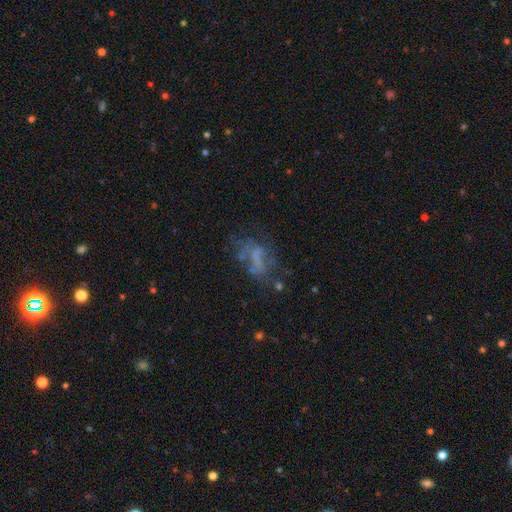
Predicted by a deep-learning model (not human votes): Smooth or featured: featured or disk — 44% (smooth — 33%)
Merging: none — 43% (major disturbance — 29%)